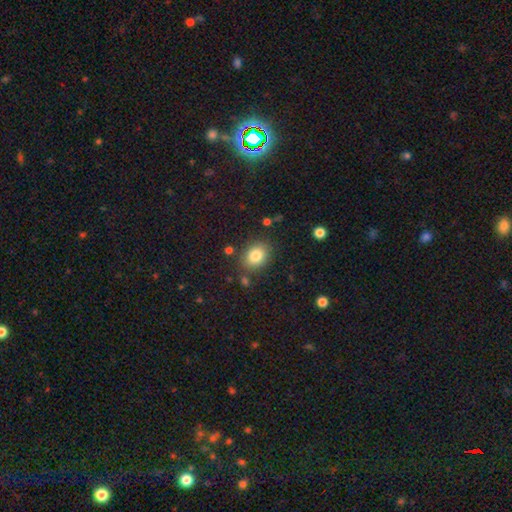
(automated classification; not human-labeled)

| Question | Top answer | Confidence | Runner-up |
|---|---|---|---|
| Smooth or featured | smooth | 83% | star or artifact (10%) |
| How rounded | in between | 56% | round (43%) |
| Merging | none | 82% | minor disturbance (11%) |